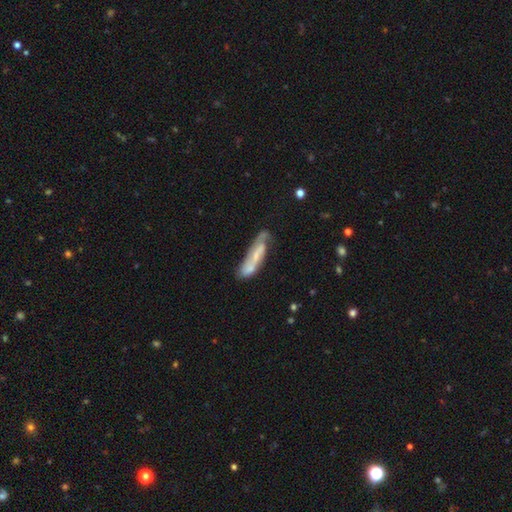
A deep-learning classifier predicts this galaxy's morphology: Smooth or featured? featured or disk (55%)
Edge-on disk? no (69%)
Merging? none (48%)